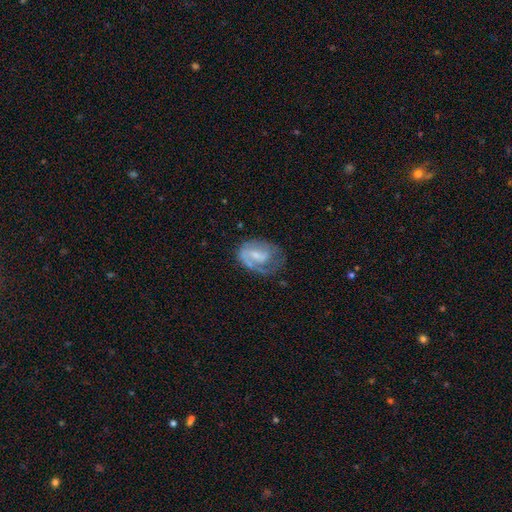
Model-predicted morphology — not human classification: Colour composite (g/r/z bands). It shows a featured or disk galaxy (69%) with a weak bar (51%), 1 (46%) medium (40%) spiral arms (84%) and a small central bulge (40%). Merging: none (49%).